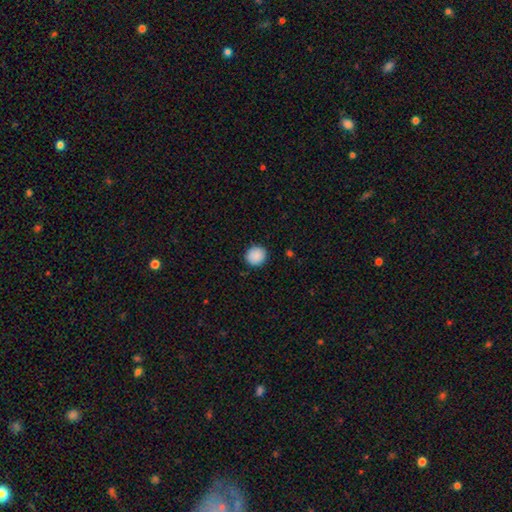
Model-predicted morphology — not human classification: Overall: smooth (90%). How rounded: round (89%). Merging: none (90%).